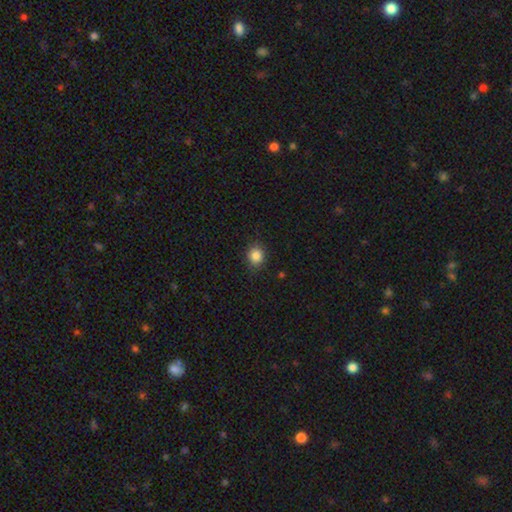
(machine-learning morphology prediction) smooth 85%, star or artifact 11%, featured or disk 4%. Down the decision tree: how rounded — round (78%); merging — none (86%).